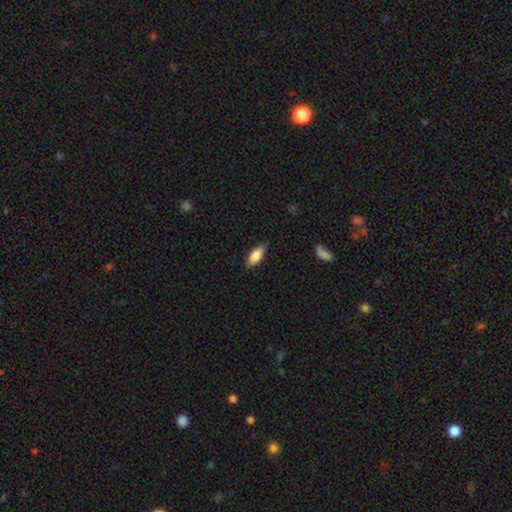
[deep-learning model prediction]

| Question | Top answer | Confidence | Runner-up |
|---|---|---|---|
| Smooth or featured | smooth | 84% | featured or disk (10%) |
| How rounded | in between | 81% | cigar-shaped (17%) |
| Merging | none | 81% | minor disturbance (16%) |